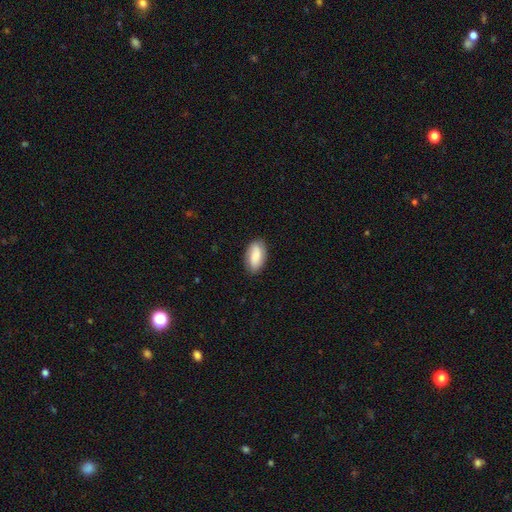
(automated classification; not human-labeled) Smooth or featured? Predicted: smooth (p=0.81). How rounded? Predicted: in between (p=0.92). Merging? Predicted: none (p=0.84).